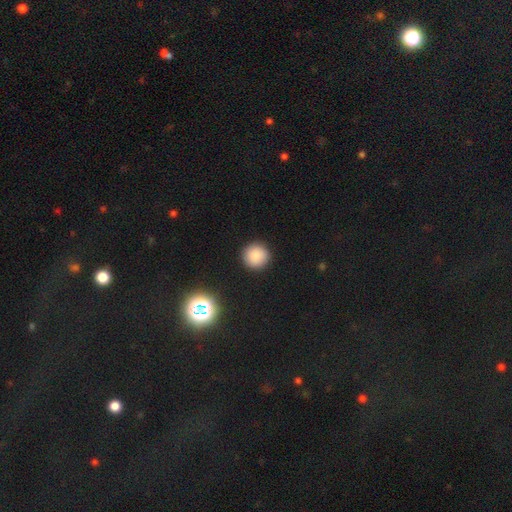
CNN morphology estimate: smooth-or-featured: smooth: 85% | star or artifact: 10% | featured or disk: 4%
  how-rounded: round: 95% | in between: 4% | cigar-shaped: 1%
  merging: none: 92% | minor disturbance: 5% | major disturbance: 2% | merger: 1%